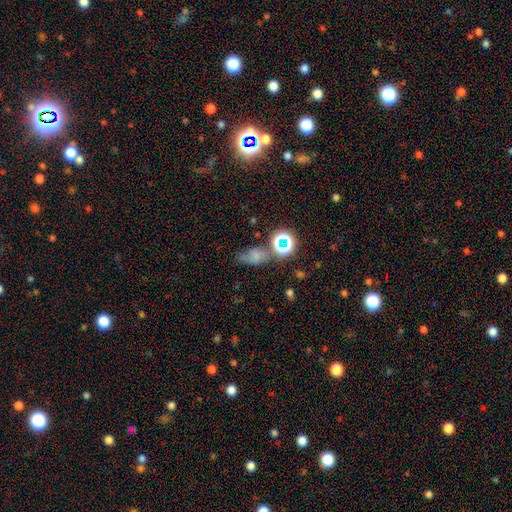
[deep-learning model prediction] A smooth galaxy with no disk features (59%) that is in between round and cigar-shaped (68%).

Vote fractions:
- Smooth or featured? smooth: 59% / star or artifact: 27% / featured or disk: 14%
- How rounded? in between: 68% / round: 27% / cigar-shaped: 5%
- Merging? none: 50% / minor disturbance: 25% / major disturbance: 13% / merger: 12%